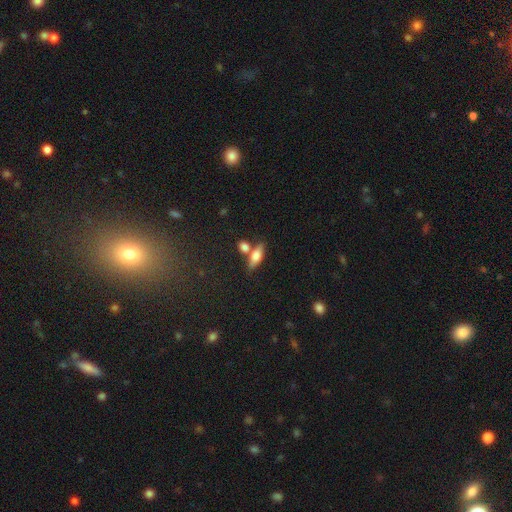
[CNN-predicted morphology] Q: Smooth or featured?
A: smooth (67%); runner-up: featured or disk (24%)
Q: How rounded?
A: in between (67%); runner-up: cigar-shaped (26%)
Q: Merging?
A: none (58%); runner-up: merger (25%)